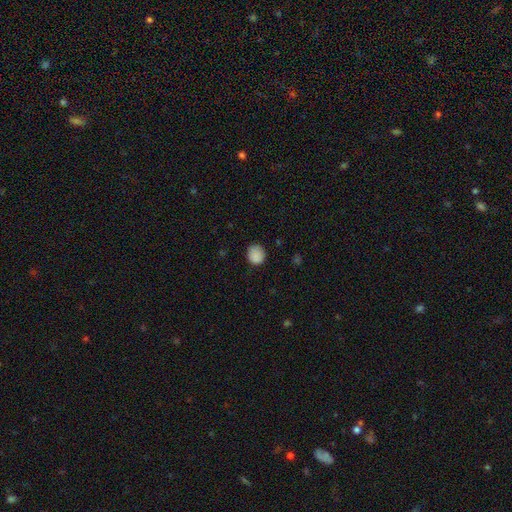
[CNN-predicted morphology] This appears to be a smooth galaxy with no disk features (87%) that is round (80%). Merging: none (79%).